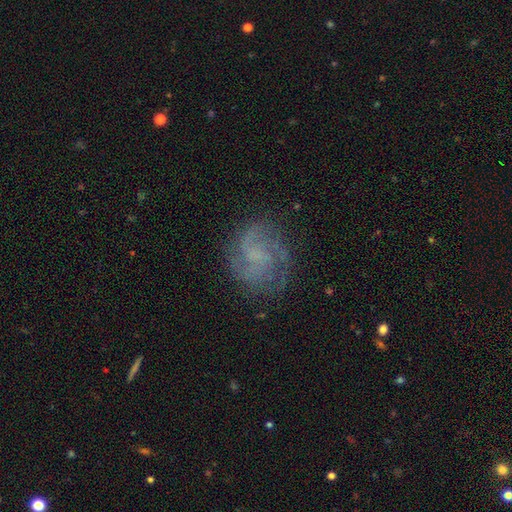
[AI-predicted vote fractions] Morphology: type=featured or disk (75%); edge-on=no (98%); bar=no (57%); spiral arms=yes (94%); winding=medium (46%); arm count=2 (31%); bulge=none (49%); merging=none (75%).